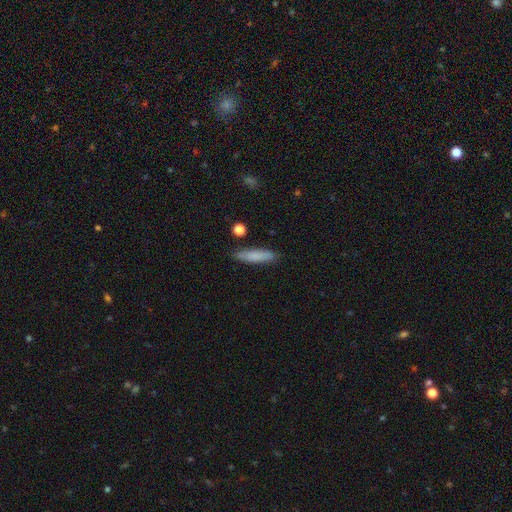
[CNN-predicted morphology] Overall: smooth (81%). How rounded: cigar-shaped (81%). Merging: none (84%).